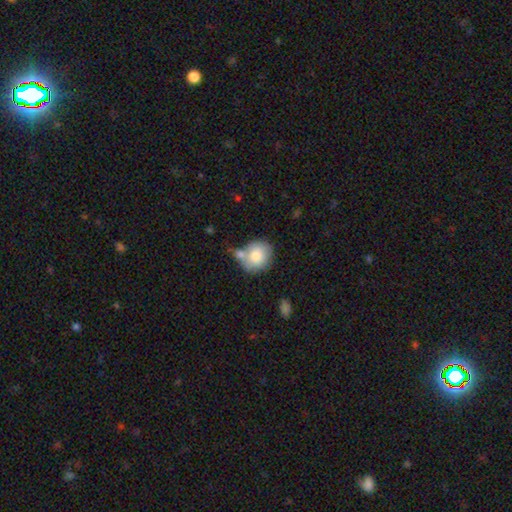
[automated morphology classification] smooth 78%, featured or disk 15%, star or artifact 7%. Down the decision tree: how rounded — round (78%); merging — none (48%).